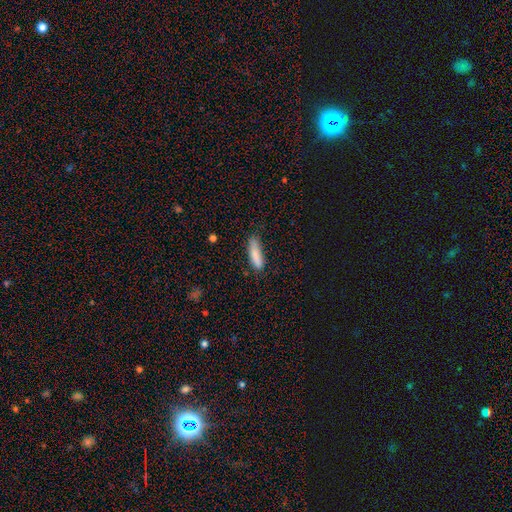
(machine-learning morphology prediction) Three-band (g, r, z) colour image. It shows a smooth galaxy with no disk features (85%) that is cigar-shaped (64%). Merging: none (68%).